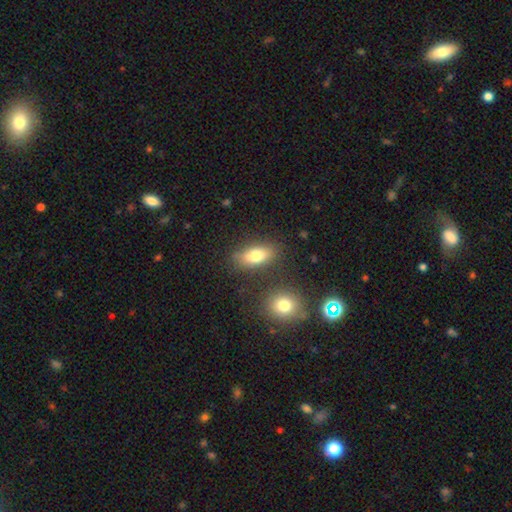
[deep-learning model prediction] This is likely a smooth galaxy (78%). How rounded: clearly in between (84%). Merging: likely none (78%).